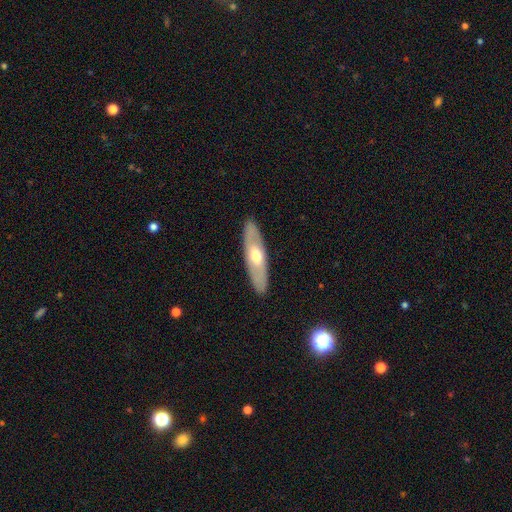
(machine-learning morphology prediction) Overall: featured or disk (48%; smooth 47%). Merging: none (89%).